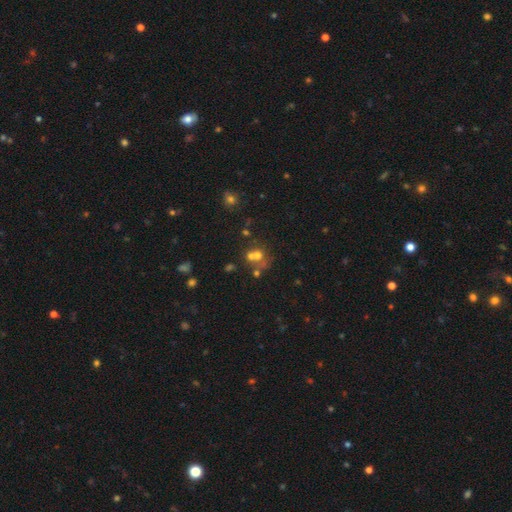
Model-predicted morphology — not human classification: type=smooth (54%); roundness=round (76%); merging=merger (50%).